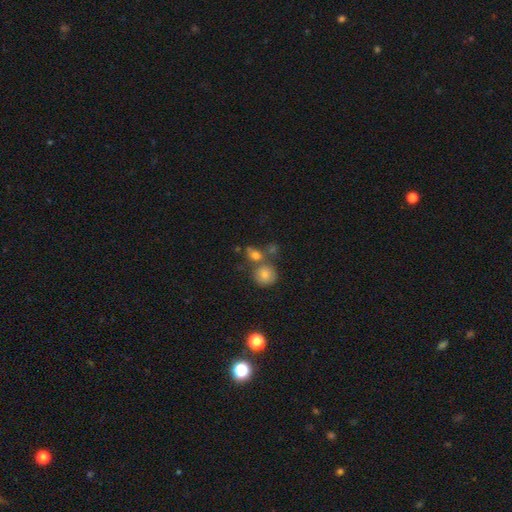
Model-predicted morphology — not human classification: The model was most divided on "merging": none: 50%, merger: 34%, minor disturbance: 11%, major disturbance: 5%. More confident: smooth or featured — smooth (68%); how rounded — round (67%).